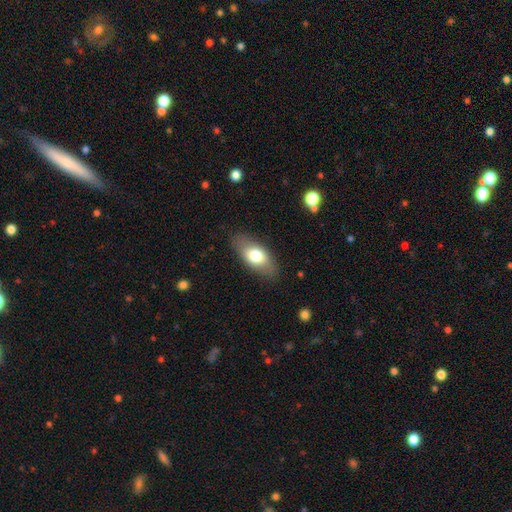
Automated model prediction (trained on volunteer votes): smooth 70%, featured or disk 23%, star or artifact 7%. Down the decision tree: how rounded — in between (88%); merging — none (84%).